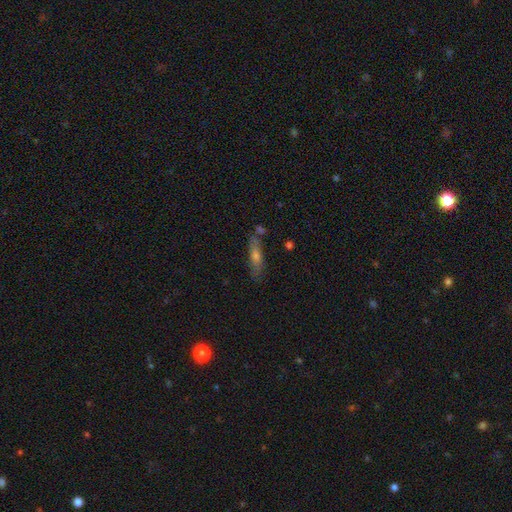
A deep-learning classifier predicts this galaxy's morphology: A smooth galaxy with no disk features (52%) that is cigar-shaped (72%).

Vote fractions:
- Smooth or featured? smooth: 52% / featured or disk: 39% / star or artifact: 10%
- How rounded? cigar-shaped: 72% / in between: 25% / round: 3%
- Merging? none: 73% / minor disturbance: 16% / merger: 7% / major disturbance: 4%